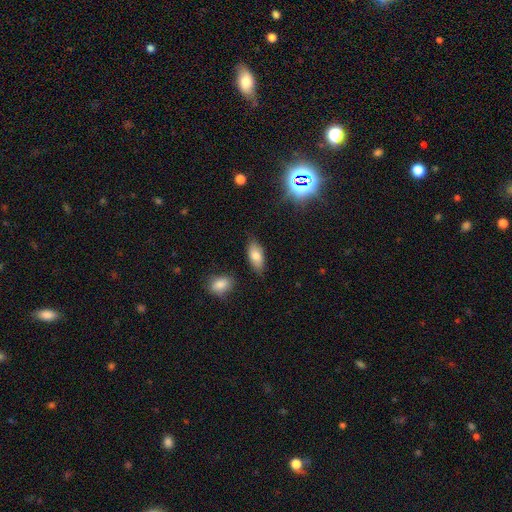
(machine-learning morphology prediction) smooth 79%, featured or disk 13%, star or artifact 8%. Down the decision tree: how rounded — in between (88%); merging — none (80%).